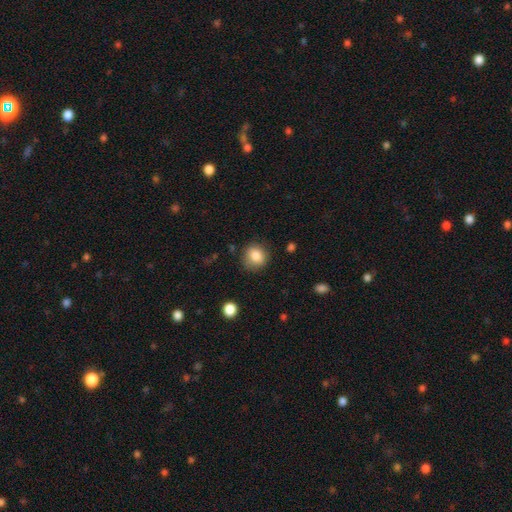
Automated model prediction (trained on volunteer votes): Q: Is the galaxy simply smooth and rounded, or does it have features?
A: smooth — 84%.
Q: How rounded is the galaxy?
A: round — 84%.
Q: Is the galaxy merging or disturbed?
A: none — 81%.